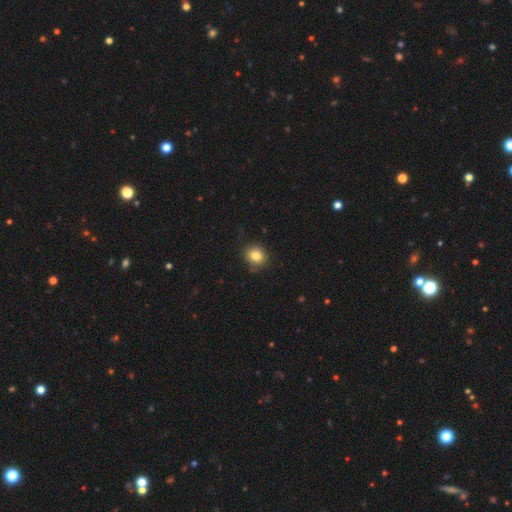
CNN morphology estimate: smooth-or-featured: smooth: 83% | star or artifact: 10% | featured or disk: 7%
  how-rounded: round: 78% | in between: 21% | cigar-shaped: 1%
  merging: none: 84% | minor disturbance: 12% | major disturbance: 3% | merger: 1%